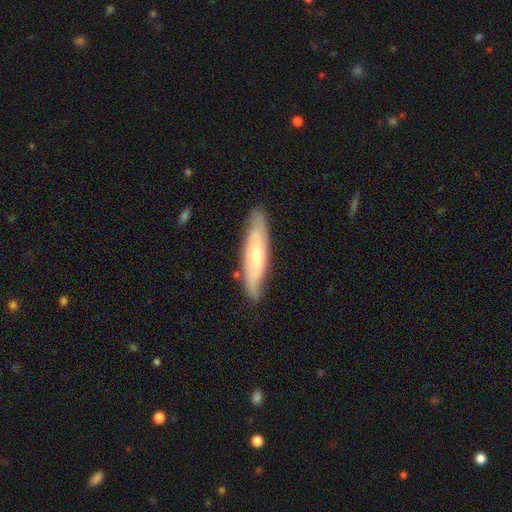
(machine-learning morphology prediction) featured or disk 53%, smooth 41%, star or artifact 6%. Down the decision tree: edge-on disk — no (54%); merging — none (79%).